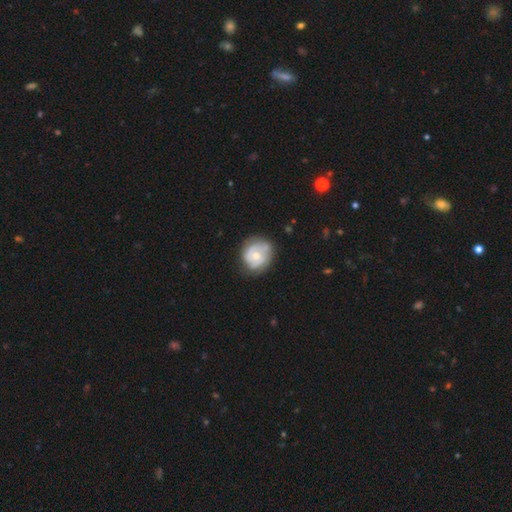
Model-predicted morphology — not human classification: This appears to be a featured or disk galaxy (60%) with no bar (77%), spiral arms (72%) and a moderate central bulge (55%). Merging: none (66%).